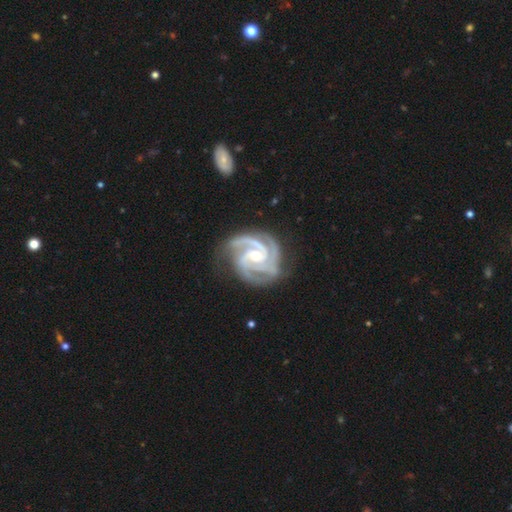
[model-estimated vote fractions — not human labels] Overall: featured or disk (94%). Edge-on disk: no (98%). Bar: no (48%; weak 36%). Spiral arms: yes (99%). Spiral arm count: 3 (67%). Spiral winding: tight (65%; medium 32%). Bulge size: moderate (51%; small 46%). Merging: none (74%).